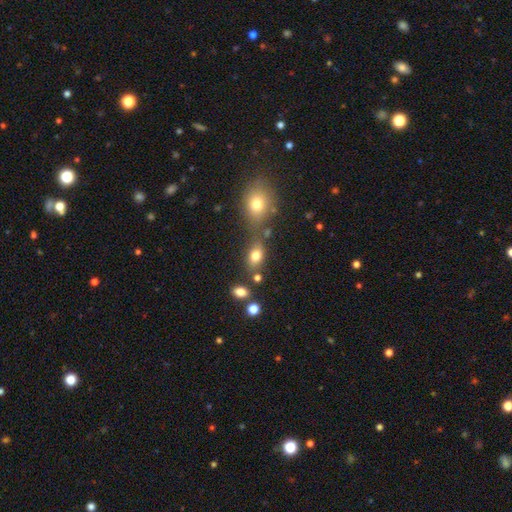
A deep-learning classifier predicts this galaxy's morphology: Overall: smooth (78%). How rounded: in between (75%). Merging: none (59%; merger 22%).